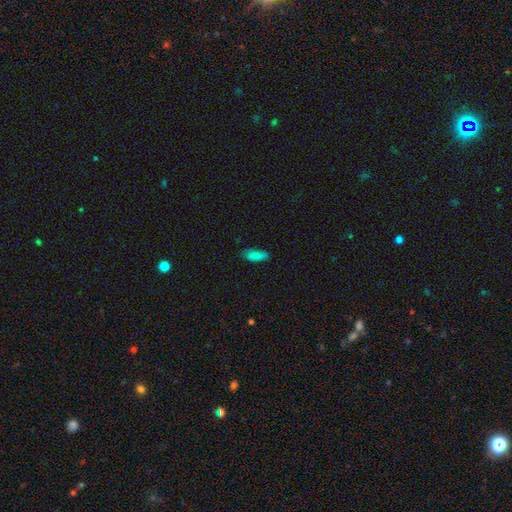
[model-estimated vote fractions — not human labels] Q: Smooth or featured?
A: smooth (82%); runner-up: featured or disk (10%)
Q: How rounded?
A: in between (68%); runner-up: cigar-shaped (29%)
Q: Merging?
A: none (76%); runner-up: minor disturbance (19%)